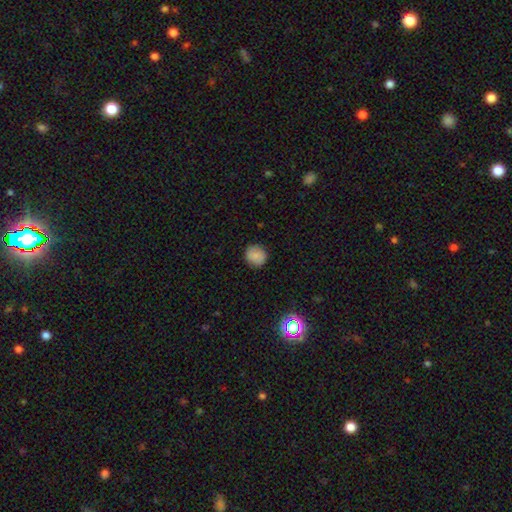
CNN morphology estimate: A smooth galaxy with no disk features (84%) that is round (88%).

Vote fractions:
- Smooth or featured? smooth: 84% / star or artifact: 9% / featured or disk: 7%
- How rounded? round: 88% / in between: 11% / cigar-shaped: 1%
- Merging? none: 89% / minor disturbance: 8% / major disturbance: 2% / merger: 1%